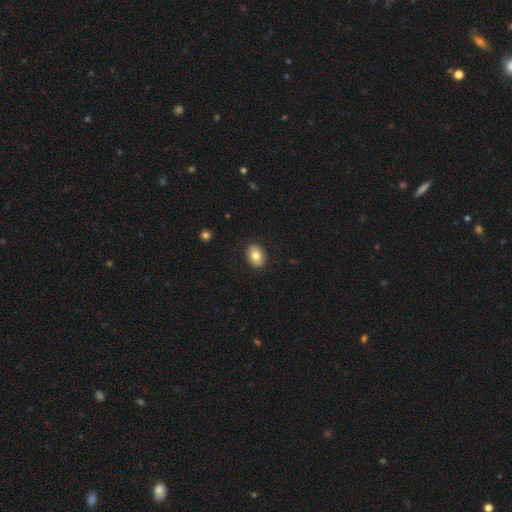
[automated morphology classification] Q: Smooth or featured?
A: smooth (79%); runner-up: featured or disk (13%)
Q: How rounded?
A: in between (68%); runner-up: round (31%)
Q: Merging?
A: none (89%); runner-up: minor disturbance (8%)